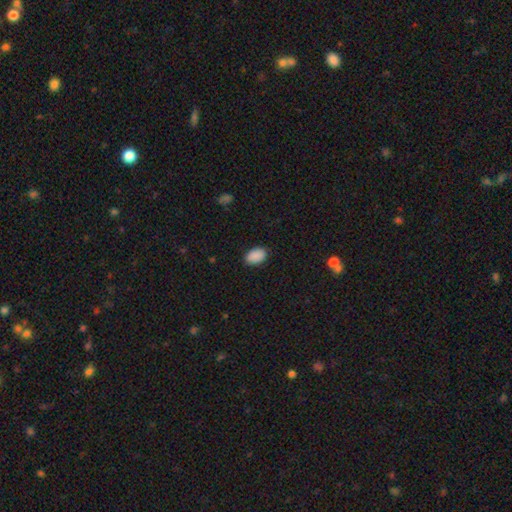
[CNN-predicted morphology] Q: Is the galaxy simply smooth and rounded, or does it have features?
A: smooth — 90%.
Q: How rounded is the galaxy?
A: in between — 89%.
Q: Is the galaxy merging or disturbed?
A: none — 87%.